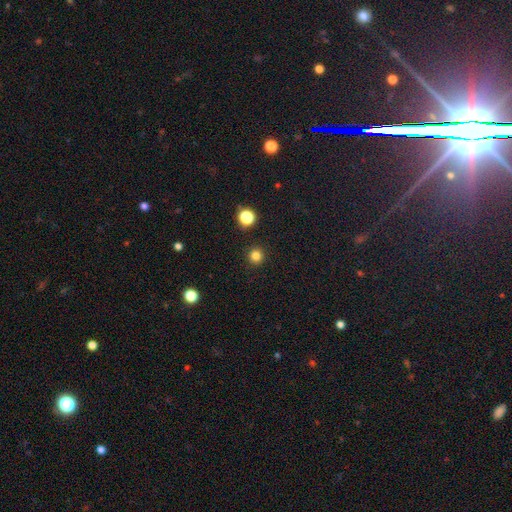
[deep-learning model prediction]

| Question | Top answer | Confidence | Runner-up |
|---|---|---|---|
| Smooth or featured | smooth | 82% | star or artifact (14%) |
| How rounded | round | 96% | in between (3%) |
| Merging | none | 93% | minor disturbance (4%) |